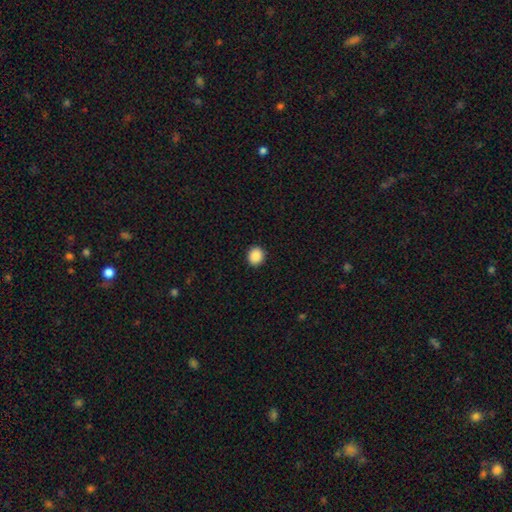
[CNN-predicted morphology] smooth 89%, star or artifact 9%, featured or disk 2%. Down the decision tree: how rounded — round (82%); merging — none (92%).